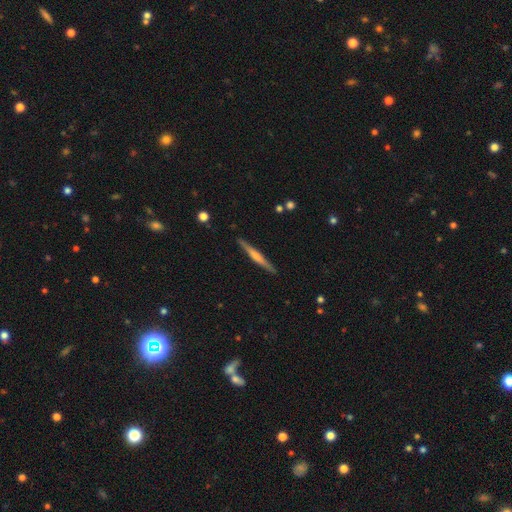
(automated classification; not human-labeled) Overall: featured or disk (65%; smooth 28%). Edge-on disk: yes (98%). Edge-on bulge: rounded (61%; none 26%). Merging: none (91%).